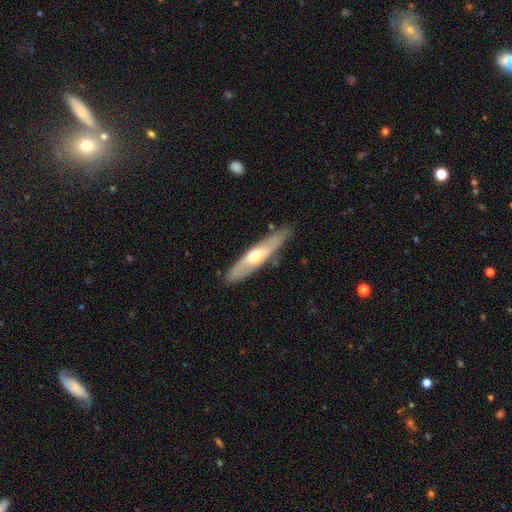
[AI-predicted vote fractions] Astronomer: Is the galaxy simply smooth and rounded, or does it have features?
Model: featured or disk — 53% (runner-up: smooth, 42%).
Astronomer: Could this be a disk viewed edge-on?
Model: yes — 68%.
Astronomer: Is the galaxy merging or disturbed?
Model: none — 83%.